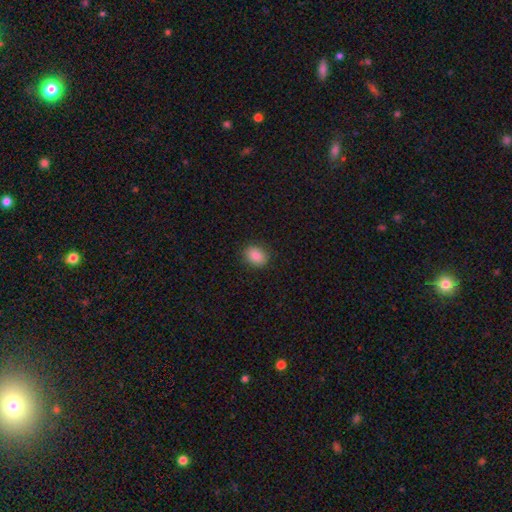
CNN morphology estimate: Smooth or featured? Predicted: smooth (p=0.88). How rounded? Predicted: in between (p=0.63). Merging? Predicted: none (p=0.87).